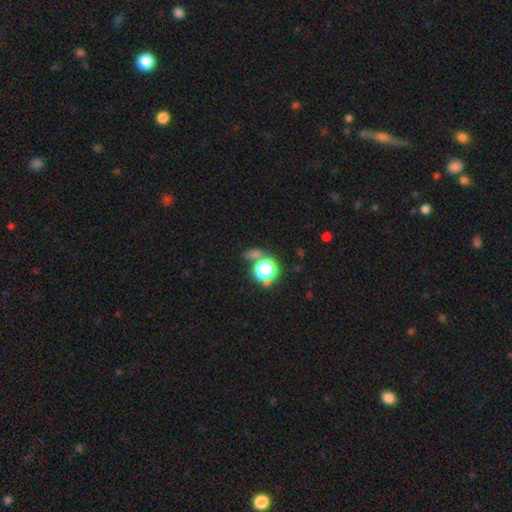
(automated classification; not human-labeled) Morphology: type=star or artifact (48%).